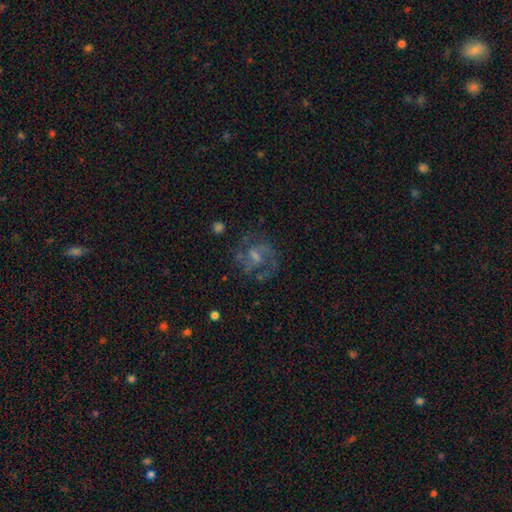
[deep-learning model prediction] featured or disk 77%, smooth 12%, star or artifact 10%. Down the decision tree: edge-on disk — no (98%); bar — weak (53%); spiral arms — yes (91%); spiral arm count — 2 (66%); spiral winding — medium (55%); bulge size — small (43%); merging — none (68%).